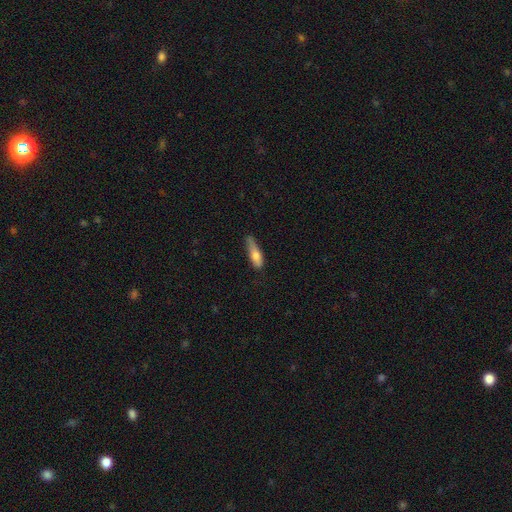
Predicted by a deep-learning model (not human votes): This is likely a smooth galaxy (72%). How rounded: likely cigar-shaped (61%). Merging: possibly none (46%).